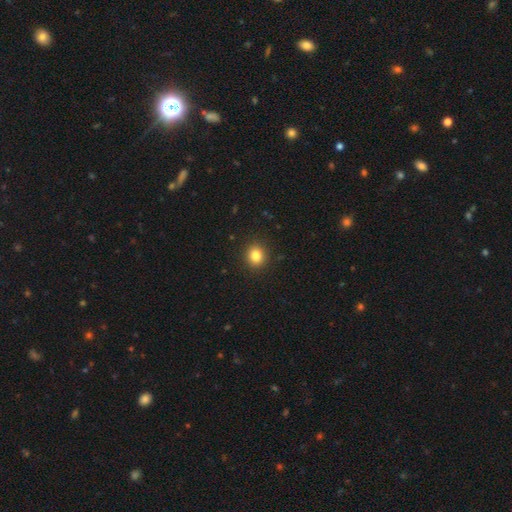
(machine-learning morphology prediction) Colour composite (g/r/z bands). It shows a smooth galaxy with no disk features (84%) that is round (81%). Merging: none (91%).